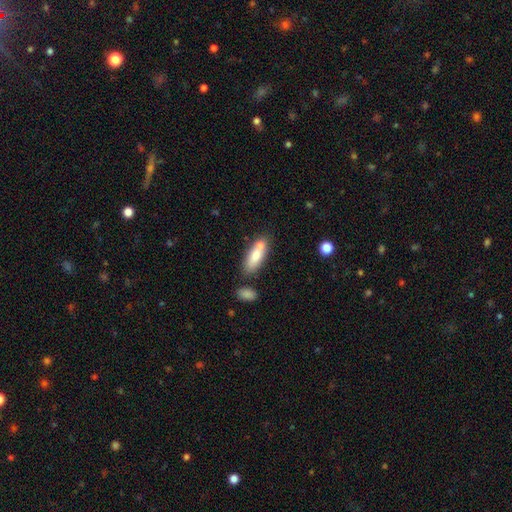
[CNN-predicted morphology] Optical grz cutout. It shows a smooth galaxy with no disk features (75%) that is in between round and cigar-shaped (63%). Merging: none (53%).